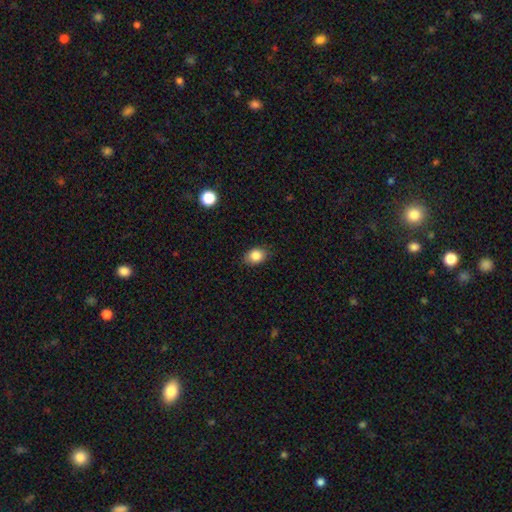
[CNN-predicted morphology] smooth-or-featured: smooth: 85% | star or artifact: 9% | featured or disk: 6%
  how-rounded: in between: 65% | round: 34% | cigar-shaped: 1%
  merging: none: 83% | minor disturbance: 13% | major disturbance: 3% | merger: 1%